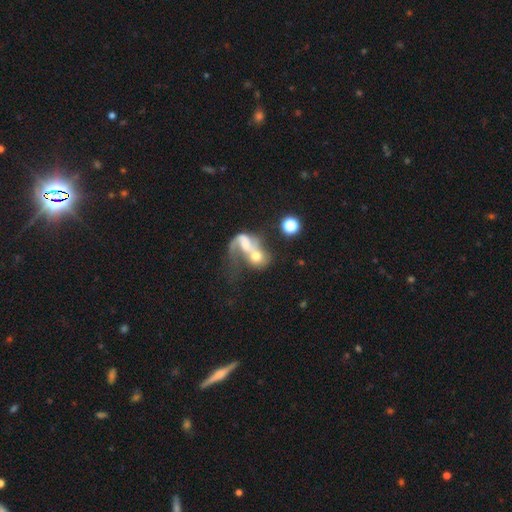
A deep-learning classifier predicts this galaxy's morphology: Smooth or featured? featured or disk (51%)
Edge-on disk? no (96%)
Merging? merger (75%)